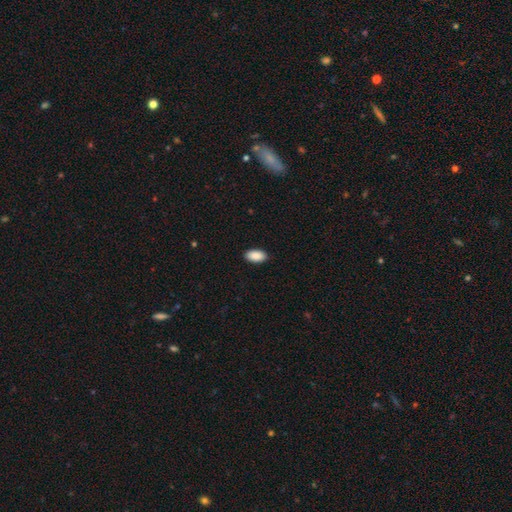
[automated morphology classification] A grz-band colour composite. It shows a smooth galaxy with no disk features (91%) that is in between round and cigar-shaped (95%). Merging: none (90%).